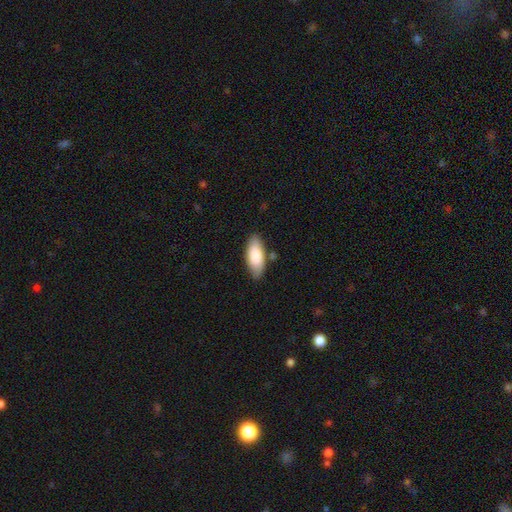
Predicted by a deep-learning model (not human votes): smooth_or_featured: smooth (p=0.83) [alt: featured or disk p=0.12]
how_rounded: in between (p=0.85) [alt: cigar-shaped p=0.13]
merging: none (p=0.81) [alt: minor disturbance p=0.13]